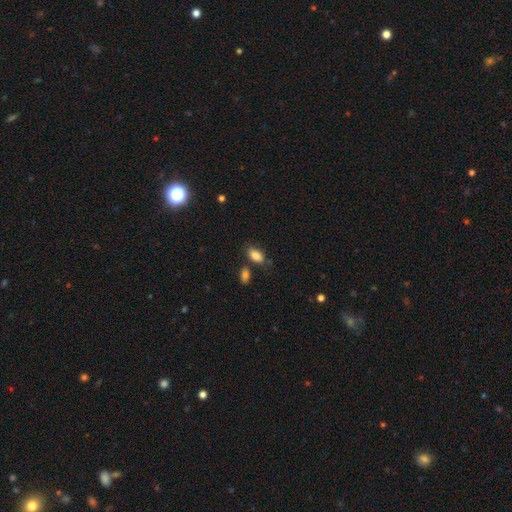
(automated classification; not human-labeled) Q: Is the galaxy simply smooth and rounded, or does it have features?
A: smooth — 86%.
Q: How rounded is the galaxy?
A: in between — 91%.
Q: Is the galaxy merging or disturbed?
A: none — 73%.